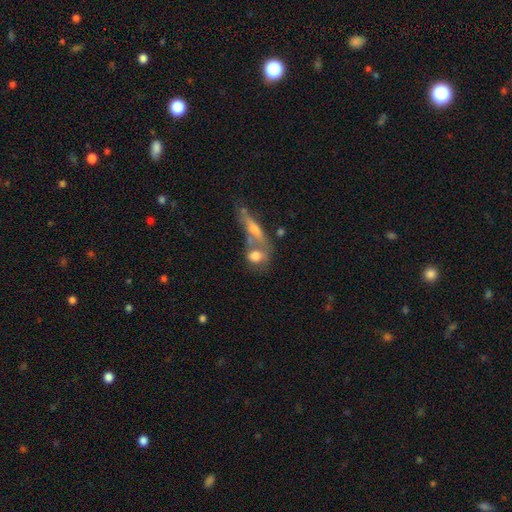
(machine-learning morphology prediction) Q: Smooth or featured?
A: smooth (66%); runner-up: featured or disk (25%)
Q: How rounded?
A: in between (45%); runner-up: round (43%)
Q: Merging?
A: merger (45%); runner-up: none (31%)